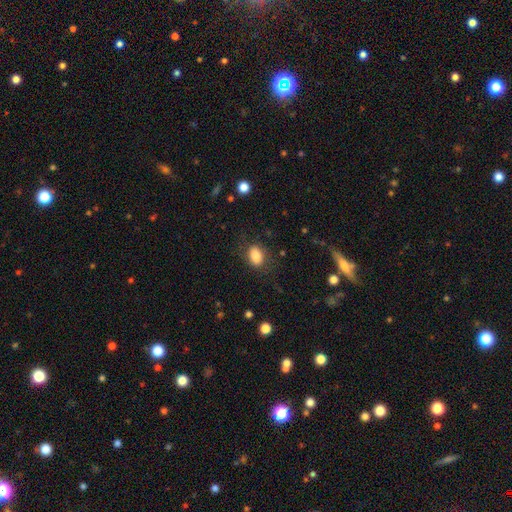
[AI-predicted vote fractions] The model was most divided on "how rounded": in between: 78%, round: 21%, cigar-shaped: 1%. More confident: smooth or featured — smooth (83%); merging — none (77%).